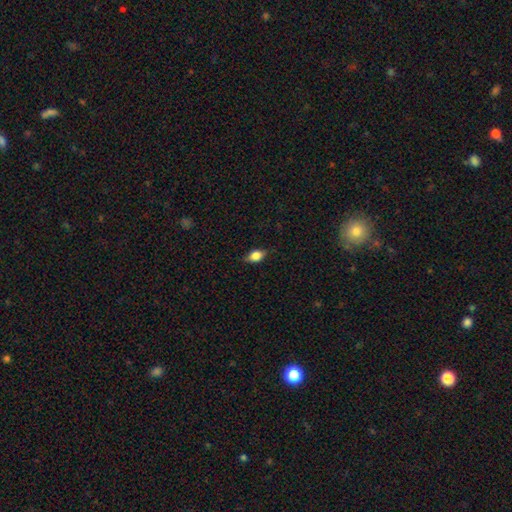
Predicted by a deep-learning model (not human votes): Morphology: type=smooth (80%); roundness=in between (83%); merging=none (80%).